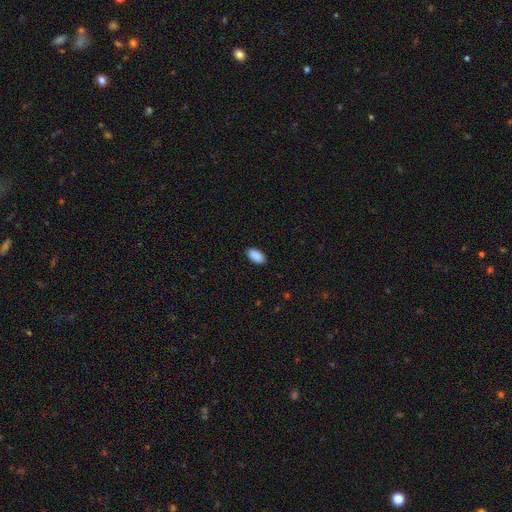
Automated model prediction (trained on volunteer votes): Smooth or featured? Predicted: smooth (p=0.90). How rounded? Predicted: in between (p=0.95). Merging? Predicted: none (p=0.88).